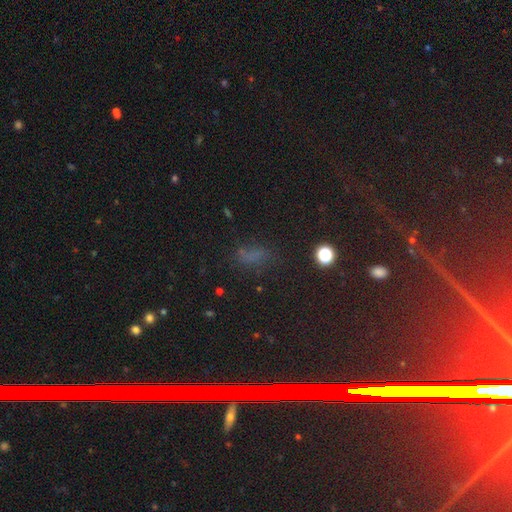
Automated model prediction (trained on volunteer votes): This appears to be a star or artifact, not a galaxy (51%).